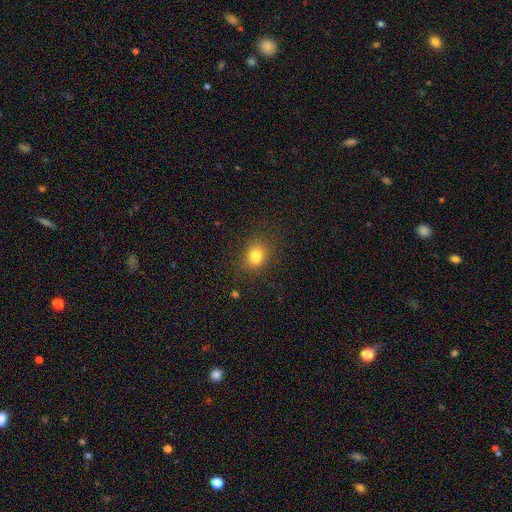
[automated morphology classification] type=smooth (77%); roundness=round (52%); merging=none (68%).